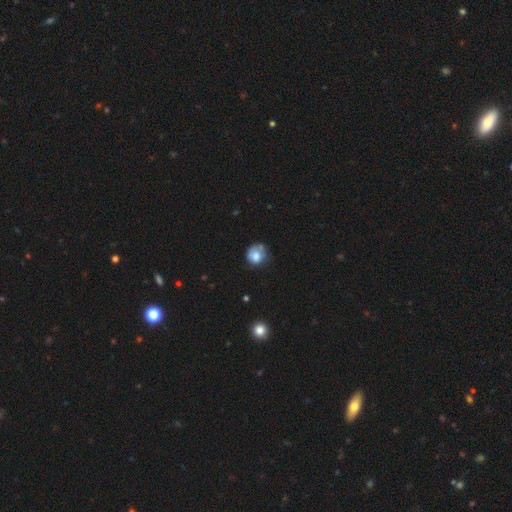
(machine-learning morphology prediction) A smooth galaxy with no disk features (72%) that is round (81%).

Vote fractions:
- Smooth or featured? smooth: 72% / featured or disk: 19% / star or artifact: 9%
- How rounded? round: 81% / in between: 18% / cigar-shaped: 1%
- Merging? none: 54% / minor disturbance: 31% / major disturbance: 12% / merger: 4%